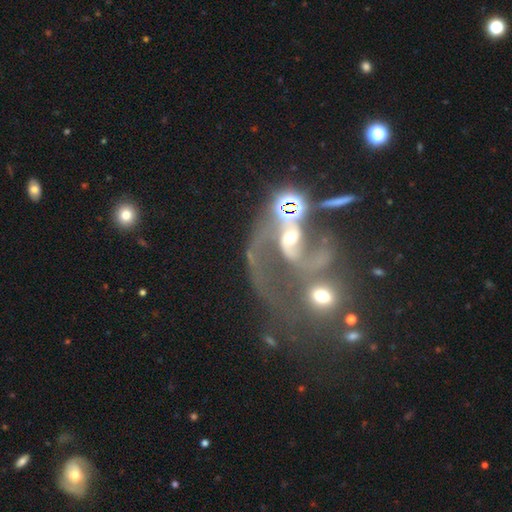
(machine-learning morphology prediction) Smooth or featured: featured or disk — 77% (star or artifact — 14%)
Edge-on disk: no — 97% (yes — 3%)
Bar: no — 56% (weak — 30%)
Spiral arms: yes — 72% (no — 28%)
Spiral winding: loose — 51% (medium — 35%)
Spiral arm count: 2 — 45% (1 — 34%)
Bulge size: small — 41% (moderate — 33%)
Merging: merger — 42% (major disturbance — 28%)